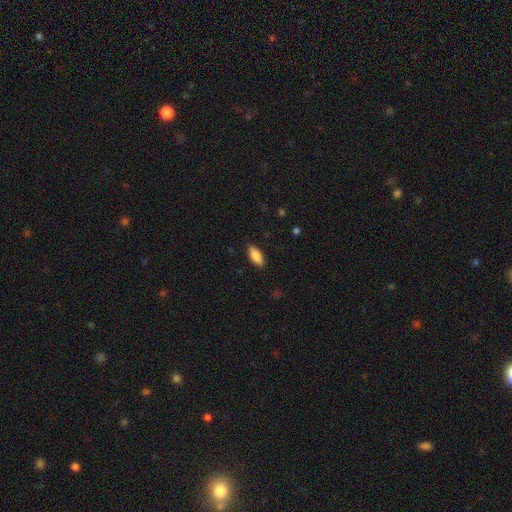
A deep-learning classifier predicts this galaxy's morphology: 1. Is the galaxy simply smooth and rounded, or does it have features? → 84% smooth, 9% featured or disk, 6% star or artifact.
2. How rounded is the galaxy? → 84% in between, 14% cigar-shaped, 2% round.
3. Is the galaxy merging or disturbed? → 88% none, 9% minor disturbance, 2% major disturbance, 1% merger.